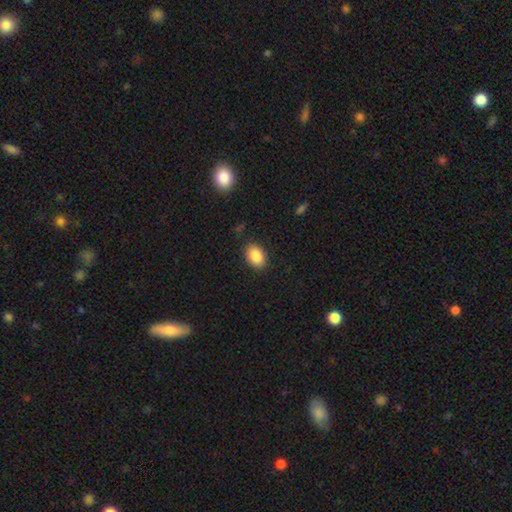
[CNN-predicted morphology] Overall: smooth (88%). How rounded: in between (83%). Merging: none (87%).